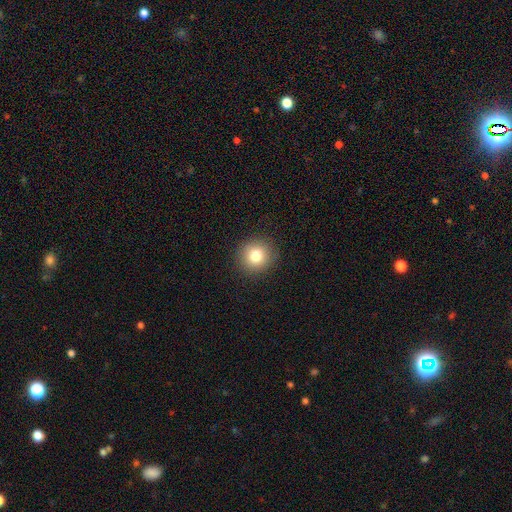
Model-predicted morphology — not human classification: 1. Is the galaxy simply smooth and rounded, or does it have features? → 81% smooth, 11% star or artifact, 9% featured or disk.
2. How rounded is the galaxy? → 91% round, 8% in between, 1% cigar-shaped.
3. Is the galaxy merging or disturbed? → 90% none, 7% minor disturbance, 2% major disturbance, 1% merger.